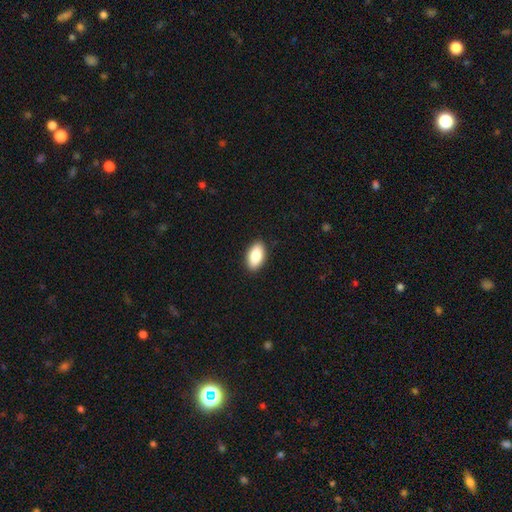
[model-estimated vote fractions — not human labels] Smooth or featured?
  - smooth: 86% *
  - featured or disk: 7%
  - star or artifact: 7%
How rounded?
  - in between: 93% *
  - round: 4%
  - cigar-shaped: 3%
Merging?
  - none: 90% *
  - minor disturbance: 7%
  - major disturbance: 2%
  - merger: 1%